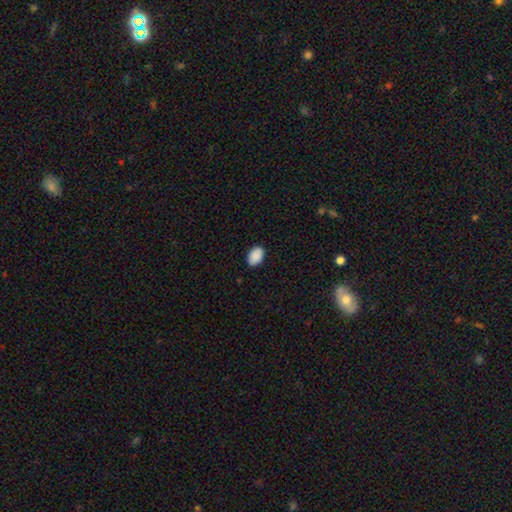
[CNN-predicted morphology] smooth-or-featured: smooth: 91% | star or artifact: 7% | featured or disk: 3%
  how-rounded: in between: 88% | round: 11% | cigar-shaped: 1%
  merging: none: 88% | minor disturbance: 9% | major disturbance: 2% | merger: 1%